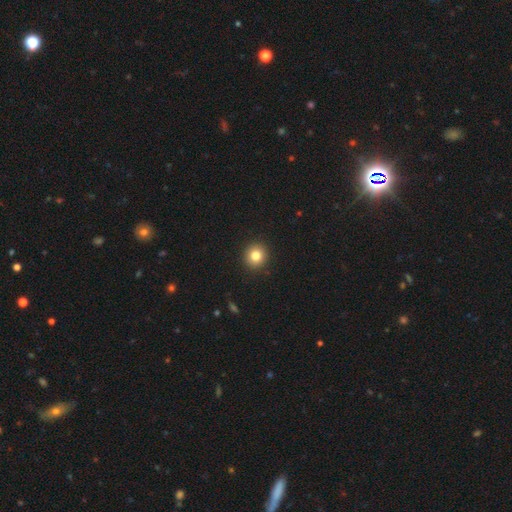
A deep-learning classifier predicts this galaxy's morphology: Smooth or featured?
  - smooth: 82% *
  - star or artifact: 11%
  - featured or disk: 7%
How rounded?
  - round: 91% *
  - in between: 8%
  - cigar-shaped: 1%
Merging?
  - none: 93% *
  - minor disturbance: 5%
  - major disturbance: 2%
  - merger: 1%